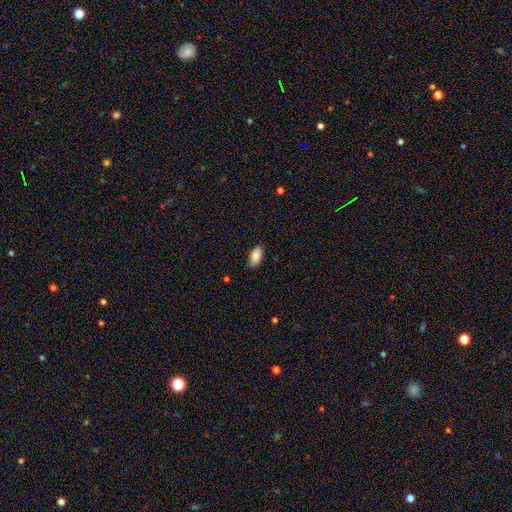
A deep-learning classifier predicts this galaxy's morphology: Smooth or featured? Predicted: smooth (p=0.85). How rounded? Predicted: in between (p=0.93). Merging? Predicted: none (p=0.77).